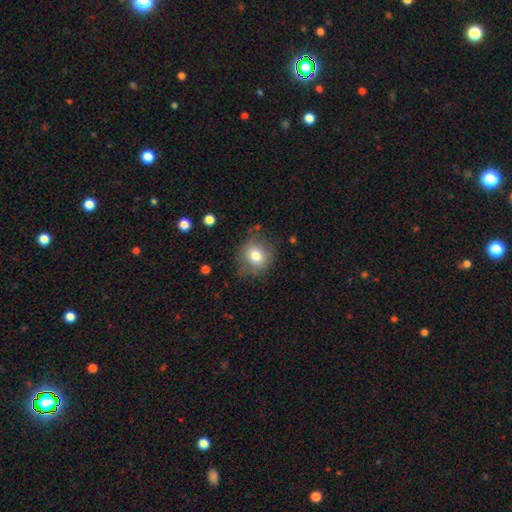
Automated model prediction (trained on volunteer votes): Smooth or featured? smooth (77%)
How rounded? round (83%)
Merging? none (78%)